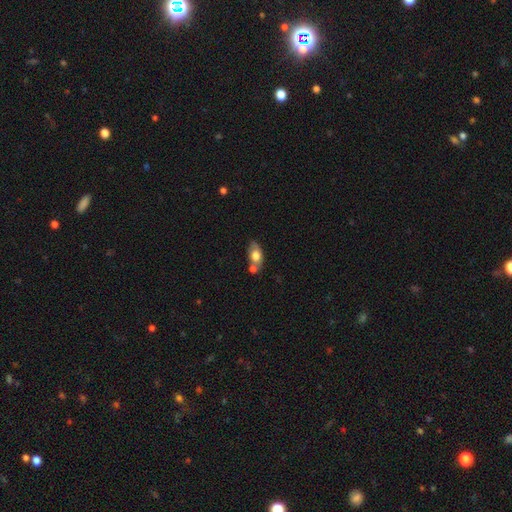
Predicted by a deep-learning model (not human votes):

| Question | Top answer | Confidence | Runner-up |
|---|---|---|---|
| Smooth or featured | smooth | 69% | featured or disk (24%) |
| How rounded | in between | 86% | round (9%) |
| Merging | none | 49% | merger (30%) |